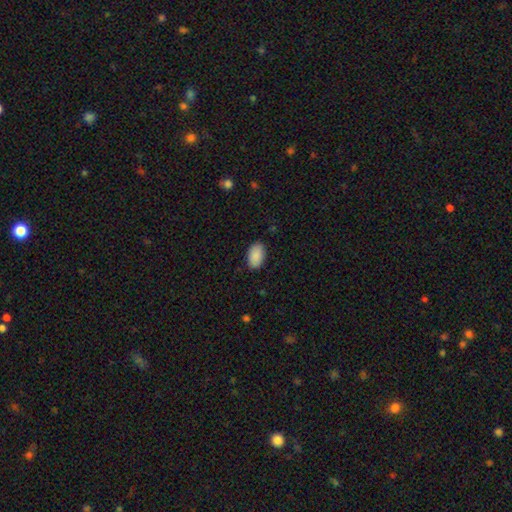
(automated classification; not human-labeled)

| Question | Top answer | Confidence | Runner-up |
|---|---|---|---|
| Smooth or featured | smooth | 90% | star or artifact (7%) |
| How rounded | in between | 93% | round (6%) |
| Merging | none | 86% | minor disturbance (10%) |